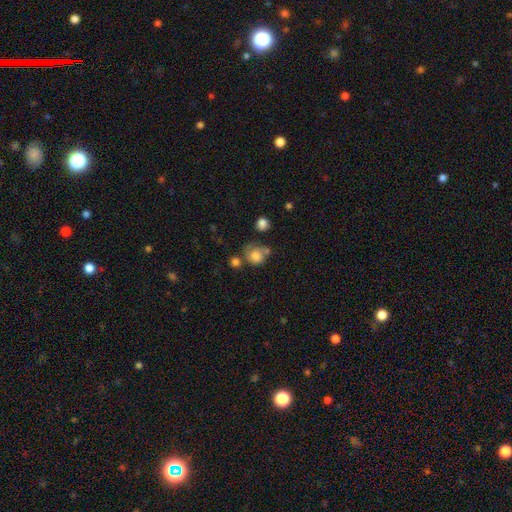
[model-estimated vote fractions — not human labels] Smooth or featured?
  - smooth: 68% *
  - featured or disk: 22%
  - star or artifact: 10%
How rounded?
  - round: 75% *
  - in between: 24%
  - cigar-shaped: 1%
Merging?
  - none: 39% *
  - merger: 23%
  - minor disturbance: 21%
  - major disturbance: 17%